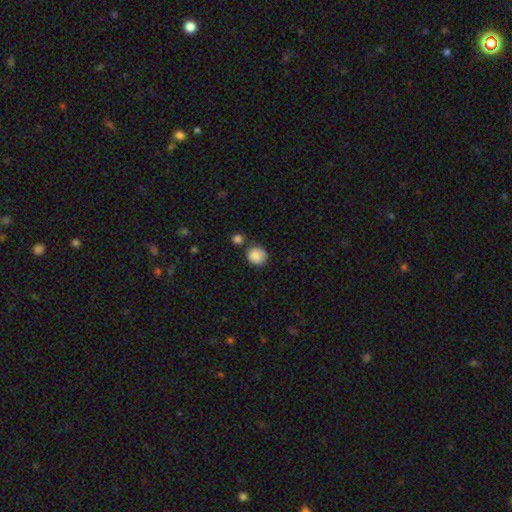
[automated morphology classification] Q: Smooth or featured?
A: smooth (86%); runner-up: star or artifact (8%)
Q: How rounded?
A: round (80%); runner-up: in between (19%)
Q: Merging?
A: none (64%); runner-up: minor disturbance (20%)